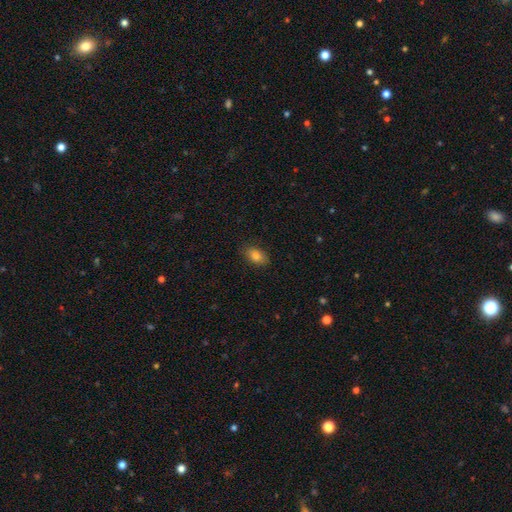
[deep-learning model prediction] Smooth or featured? smooth (83%)
How rounded? in between (88%)
Merging? none (85%)